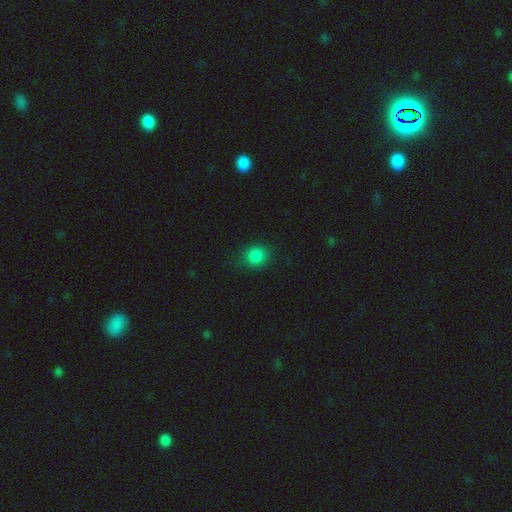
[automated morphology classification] A smooth galaxy with no disk features (85%) that is round (82%). Merging: none (86%).